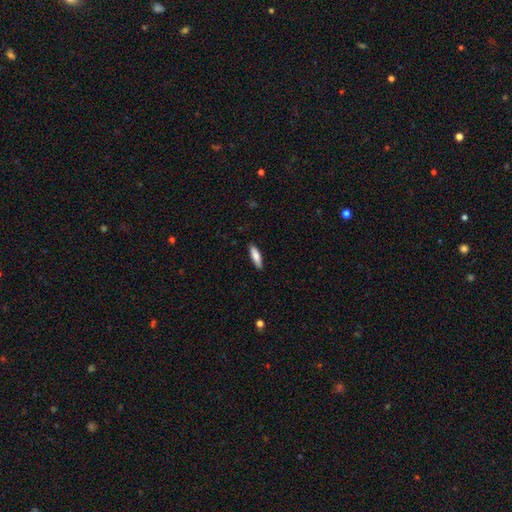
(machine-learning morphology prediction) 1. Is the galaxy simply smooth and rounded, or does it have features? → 82% smooth, 13% featured or disk, 6% star or artifact.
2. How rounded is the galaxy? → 59% cigar-shaped, 40% in between, 2% round.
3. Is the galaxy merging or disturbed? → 87% none, 10% minor disturbance, 2% major disturbance, 1% merger.